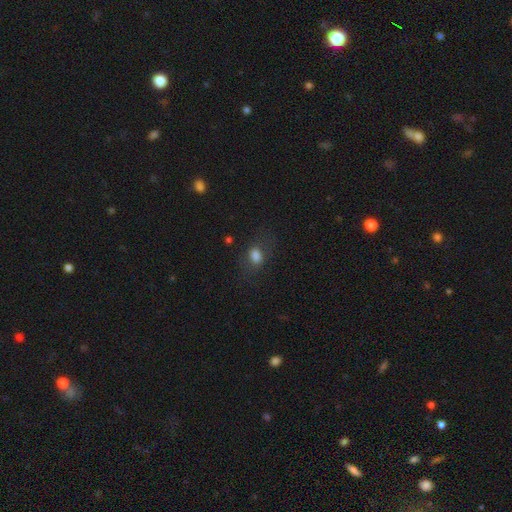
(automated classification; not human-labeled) smooth-or-featured: smooth: 76% | star or artifact: 12% | featured or disk: 12%
  how-rounded: in between: 70% | round: 27% | cigar-shaped: 3%
  merging: none: 65% | minor disturbance: 20% | major disturbance: 13% | merger: 2%